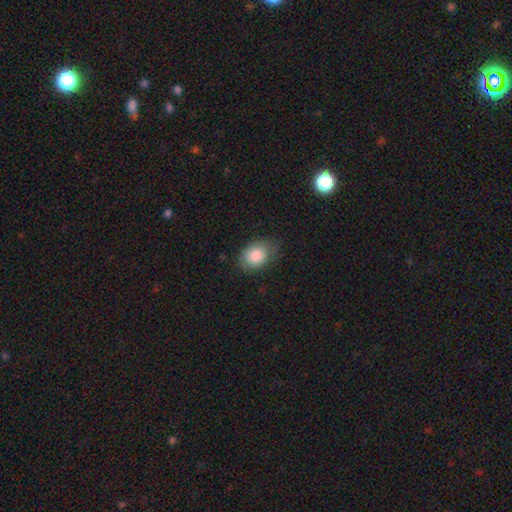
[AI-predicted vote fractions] smooth 83%, featured or disk 10%, star or artifact 7%. Down the decision tree: how rounded — in between (70%); merging — none (66%).